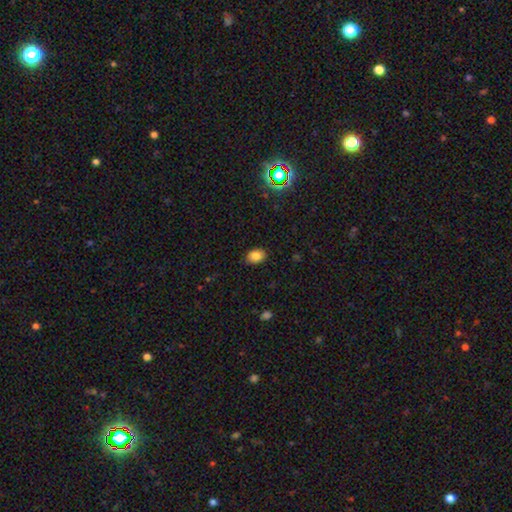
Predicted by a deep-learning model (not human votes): Morphology: type=smooth (83%); roundness=in between (77%); merging=none (86%).